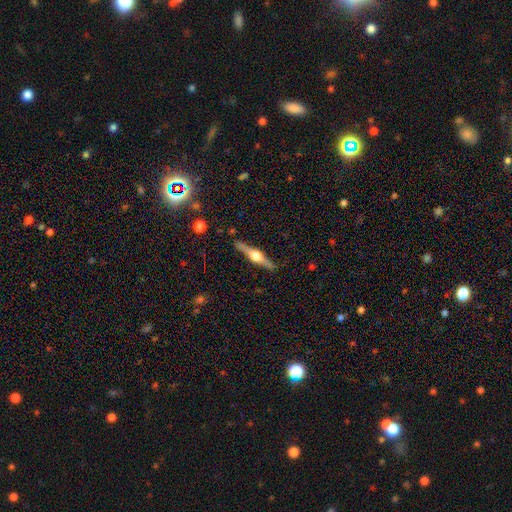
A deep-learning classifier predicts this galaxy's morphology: This is likely a featured or disk galaxy (79%). It is clearly viewed edge-on (98%). Edge-on bulge: clearly rounded (94%). Merging: clearly none (89%).